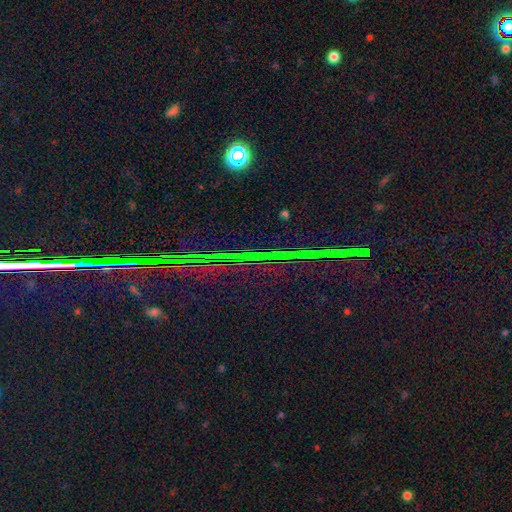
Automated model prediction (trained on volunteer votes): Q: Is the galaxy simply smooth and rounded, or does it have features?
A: star or artifact — 87%.